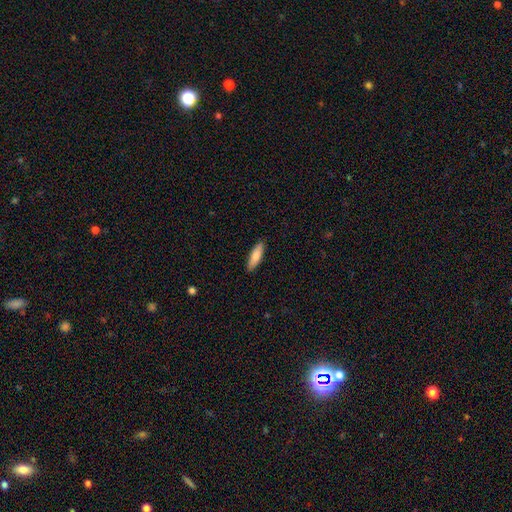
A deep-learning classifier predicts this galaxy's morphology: A smooth galaxy with no disk features (83%) that is cigar-shaped (57%).

Vote fractions:
- Smooth or featured? smooth: 83% / featured or disk: 12% / star or artifact: 6%
- How rounded? cigar-shaped: 57% / in between: 42% / round: 2%
- Merging? none: 89% / minor disturbance: 8% / major disturbance: 2% / merger: 1%